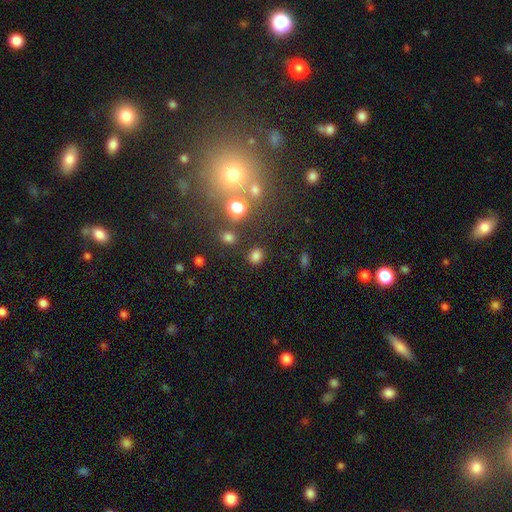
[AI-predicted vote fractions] Smooth or featured? Predicted: smooth (p=0.75). How rounded? Predicted: round (p=0.72). Merging? Predicted: none (p=0.82).